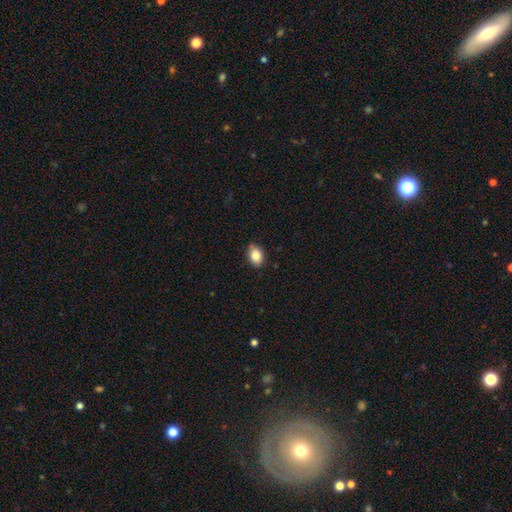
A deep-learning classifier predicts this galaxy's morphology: Smooth or featured?
  - smooth: 84% *
  - star or artifact: 8%
  - featured or disk: 8%
How rounded?
  - in between: 80% *
  - round: 19%
  - cigar-shaped: 1%
Merging?
  - none: 84% *
  - minor disturbance: 13%
  - major disturbance: 2%
  - merger: 1%